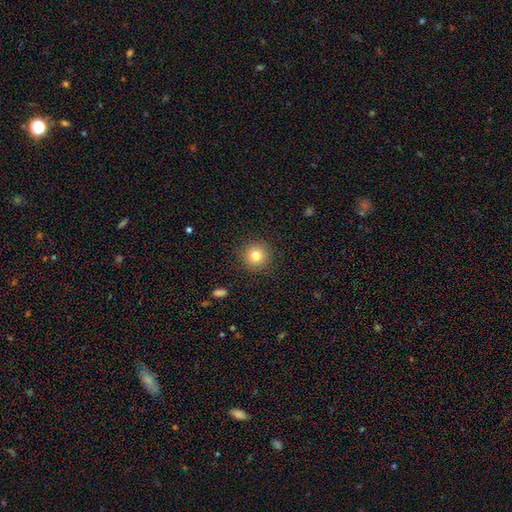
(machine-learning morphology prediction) Smooth or featured? smooth (80%)
How rounded? round (94%)
Merging? none (90%)